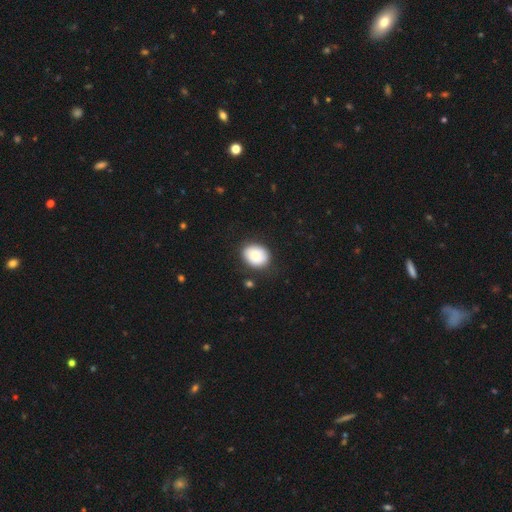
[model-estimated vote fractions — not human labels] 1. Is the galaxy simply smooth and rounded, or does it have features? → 79% smooth, 13% featured or disk, 8% star or artifact.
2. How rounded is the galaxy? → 51% round, 48% in between, 1% cigar-shaped.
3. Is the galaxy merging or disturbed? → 81% none, 13% minor disturbance, 3% major disturbance, 2% merger.